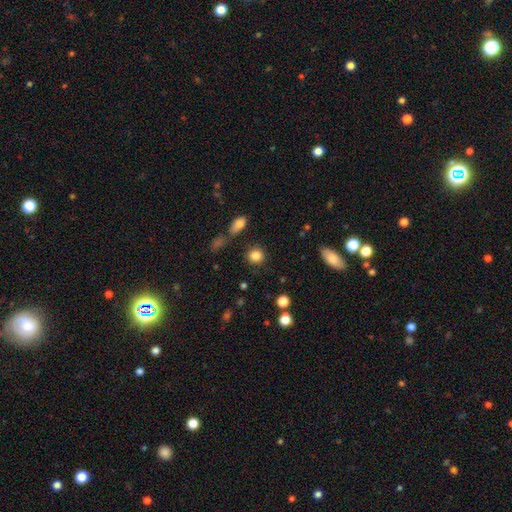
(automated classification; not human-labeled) Smooth or featured: smooth — 84% (star or artifact — 10%)
How rounded: round — 86% (in between — 13%)
Merging: none — 85% (minor disturbance — 8%)